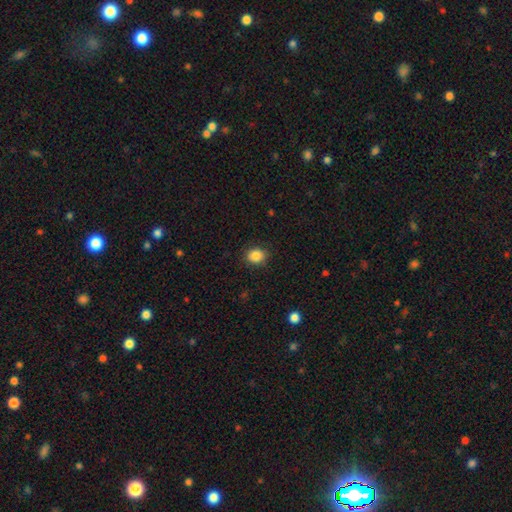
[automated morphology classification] type=smooth (86%); roundness=round (60%); merging=none (88%).